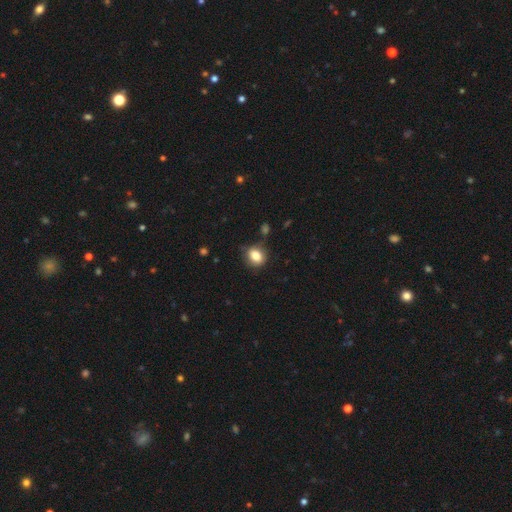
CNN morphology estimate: The model was most divided on "how rounded": round: 50%, in between: 49%, cigar-shaped: 1%. More confident: smooth or featured — smooth (81%); merging — none (73%).